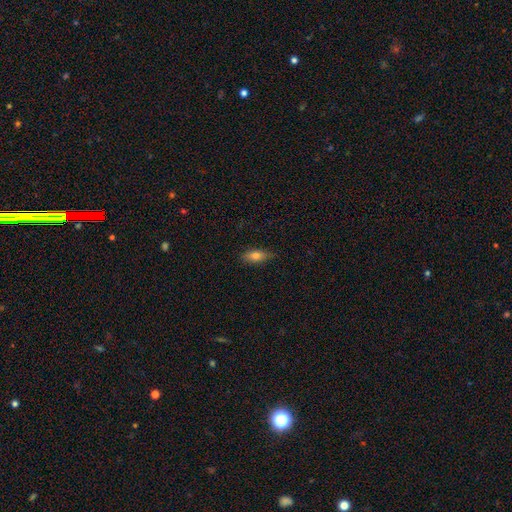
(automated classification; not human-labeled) A smooth galaxy with no disk features (73%) that is in between round and cigar-shaped (75%). Merging: none (79%).